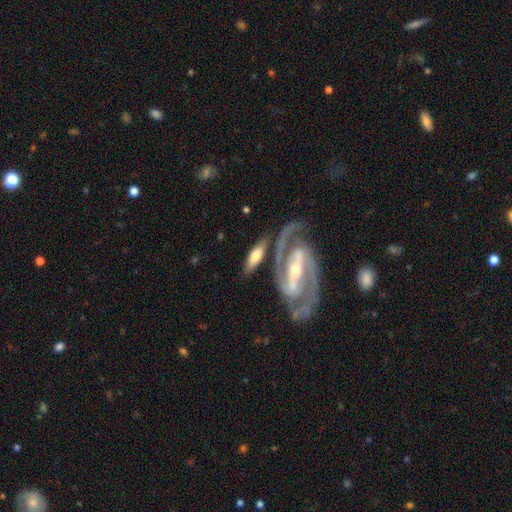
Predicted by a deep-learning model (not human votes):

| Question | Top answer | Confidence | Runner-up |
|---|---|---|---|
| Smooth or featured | featured or disk | 57% | smooth (38%) |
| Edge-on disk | no | 70% | yes (30%) |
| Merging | none | 56% | merger (20%) |